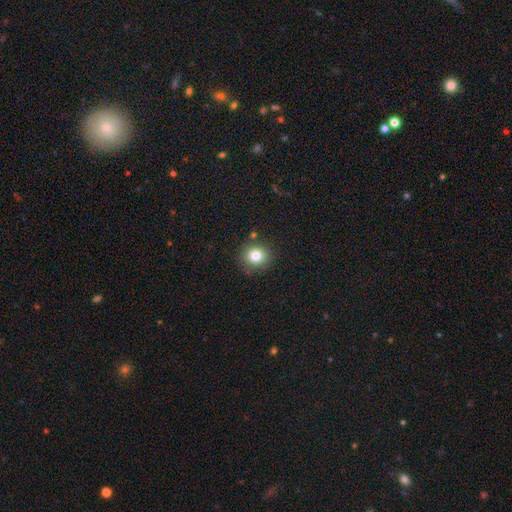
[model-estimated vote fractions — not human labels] Overall: smooth (81%). How rounded: round (87%). Merging: none (86%).